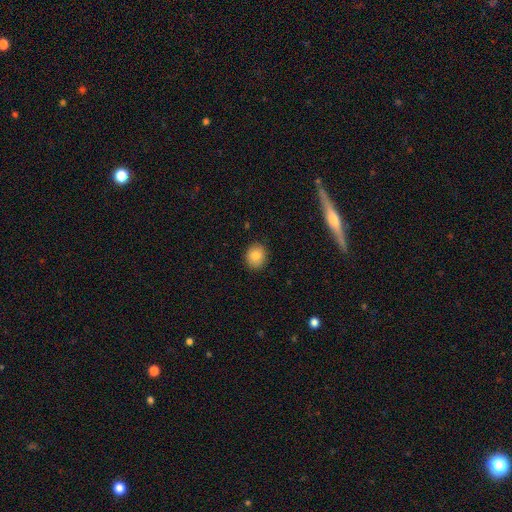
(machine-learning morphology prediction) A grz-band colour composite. It shows a smooth galaxy with no disk features (84%) that is round (70%). Merging: none (87%).